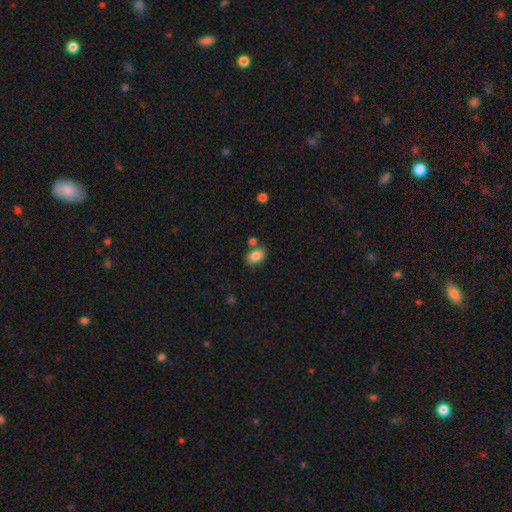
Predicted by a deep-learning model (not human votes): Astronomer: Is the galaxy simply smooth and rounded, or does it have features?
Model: smooth — 85%.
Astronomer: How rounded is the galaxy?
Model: in between — 84%.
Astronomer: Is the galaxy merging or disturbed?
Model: none — 73%.